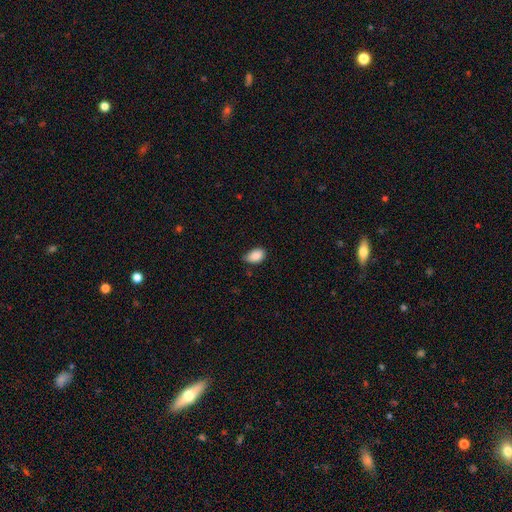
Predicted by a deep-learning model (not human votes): A smooth galaxy with no disk features (88%) that is in between round and cigar-shaped (89%). Merging: none (66%).